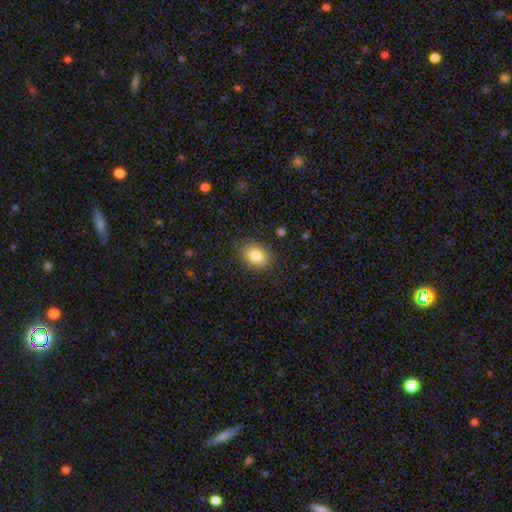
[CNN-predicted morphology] smooth 83%, star or artifact 8%, featured or disk 8%. Down the decision tree: how rounded — in between (70%); merging — none (84%).